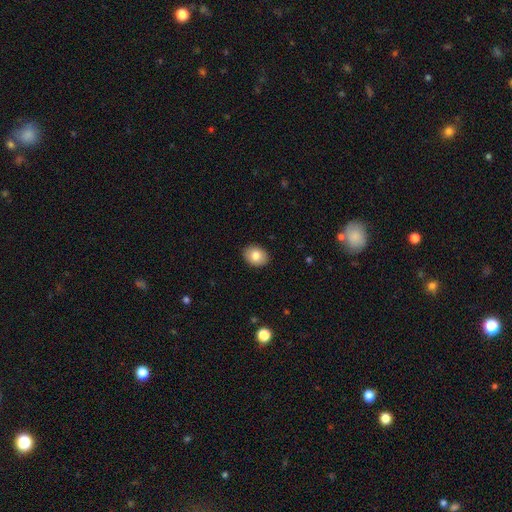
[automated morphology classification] A smooth galaxy with no disk features (82%) that is in between round and cigar-shaped (60%).

Vote fractions:
- Smooth or featured? smooth: 82% / featured or disk: 11% / star or artifact: 8%
- How rounded? in between: 60% / round: 39% / cigar-shaped: 1%
- Merging? none: 91% / minor disturbance: 7% / major disturbance: 2% / merger: 1%